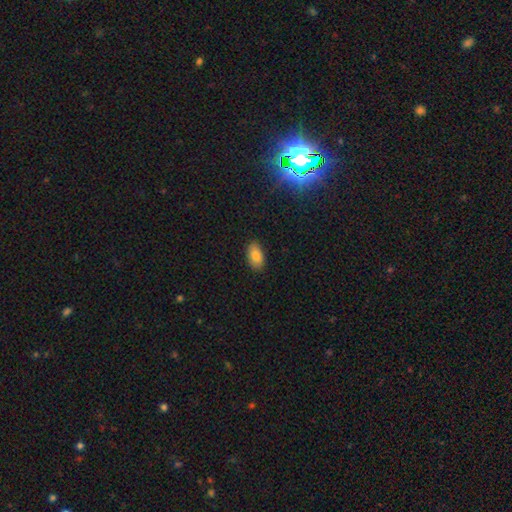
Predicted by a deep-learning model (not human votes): Smooth or featured? smooth (84%)
How rounded? in between (93%)
Merging? none (87%)